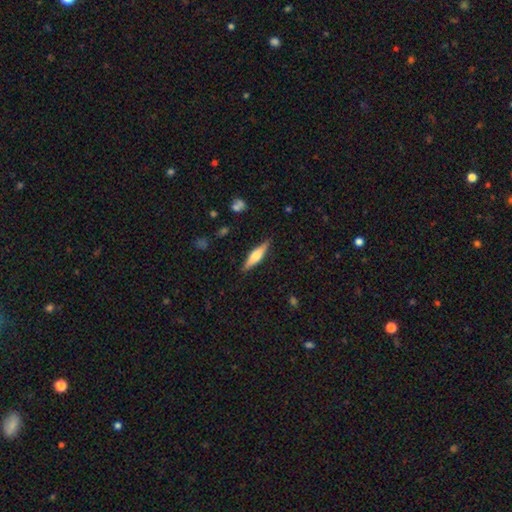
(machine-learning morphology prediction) featured or disk 49%, smooth 45%, star or artifact 6%. Down the decision tree: merging — none (87%).